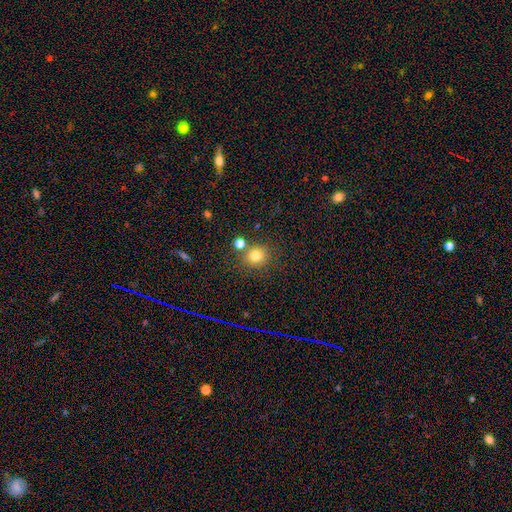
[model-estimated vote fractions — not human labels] Smooth or featured? Predicted: smooth (p=0.77). How rounded? Predicted: round (p=0.82). Merging? Predicted: none (p=0.72).